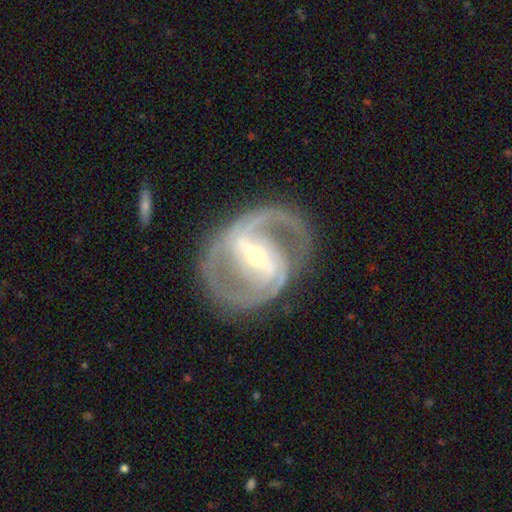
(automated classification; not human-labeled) Q: Smooth or featured?
A: featured or disk (91%); runner-up: star or artifact (5%)
Q: Edge-on disk?
A: no (97%); runner-up: yes (3%)
Q: Bar?
A: strong (64%); runner-up: weak (27%)
Q: Spiral arms?
A: yes (96%); runner-up: no (4%)
Q: Spiral winding?
A: medium (55%); runner-up: tight (30%)
Q: Spiral arm count?
A: 2 (82%); runner-up: 3 (7%)
Q: Bulge size?
A: small (58%); runner-up: moderate (39%)
Q: Merging?
A: none (75%); runner-up: minor disturbance (14%)